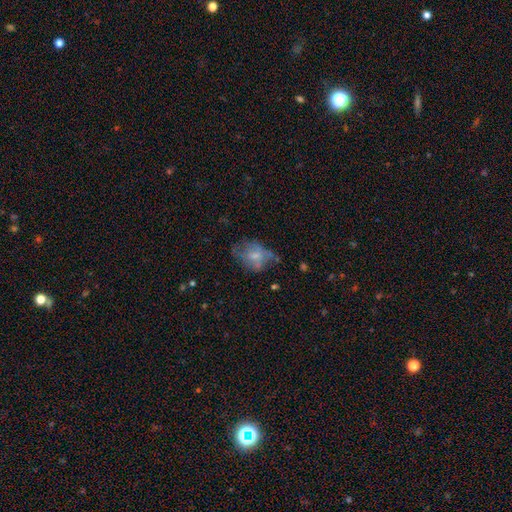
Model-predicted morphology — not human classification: This is possibly a smooth galaxy (47%). Merging: marginally none (39%).